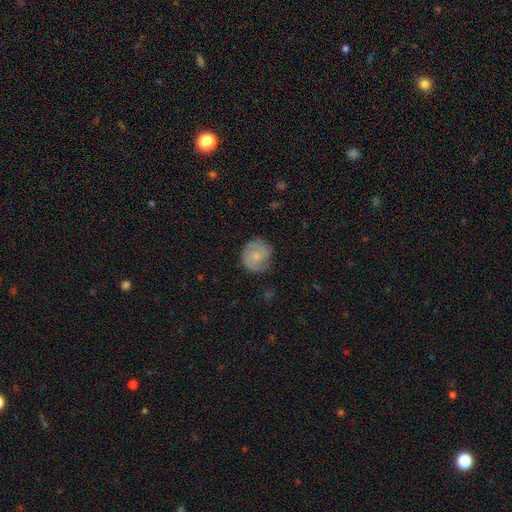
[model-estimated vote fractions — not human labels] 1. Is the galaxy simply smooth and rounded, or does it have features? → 57% smooth, 36% featured or disk, 7% star or artifact.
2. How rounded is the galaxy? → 86% round, 13% in between, 1% cigar-shaped.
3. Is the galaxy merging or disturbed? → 69% none, 22% minor disturbance, 8% major disturbance, 1% merger.